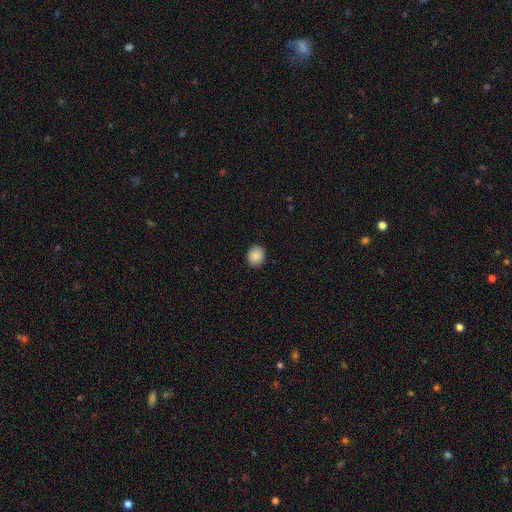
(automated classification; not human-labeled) A smooth galaxy with no disk features (87%) that is round (57%). Merging: none (90%).